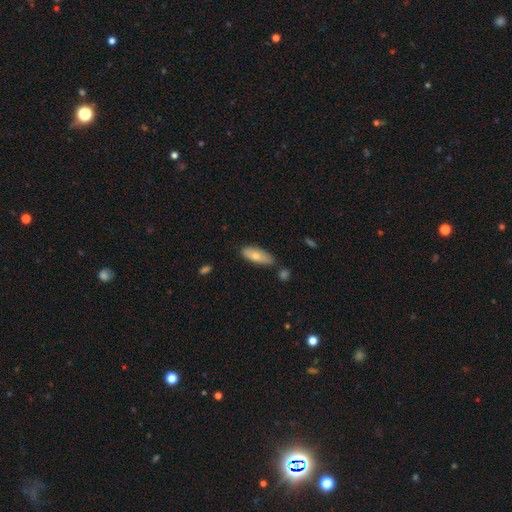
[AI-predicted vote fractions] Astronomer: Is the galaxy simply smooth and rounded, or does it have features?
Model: smooth — 73%.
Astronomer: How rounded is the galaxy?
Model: in between — 70%.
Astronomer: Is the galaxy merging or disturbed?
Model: none — 70%.